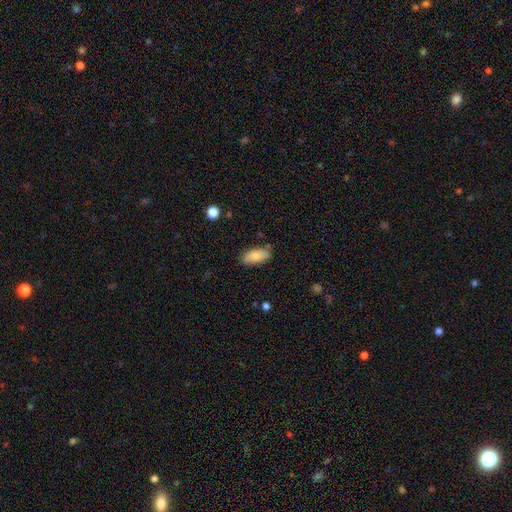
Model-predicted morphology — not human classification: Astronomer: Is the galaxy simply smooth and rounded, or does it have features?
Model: smooth — 82%.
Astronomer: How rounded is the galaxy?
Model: in between — 88%.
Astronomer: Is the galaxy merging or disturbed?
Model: none — 74%.